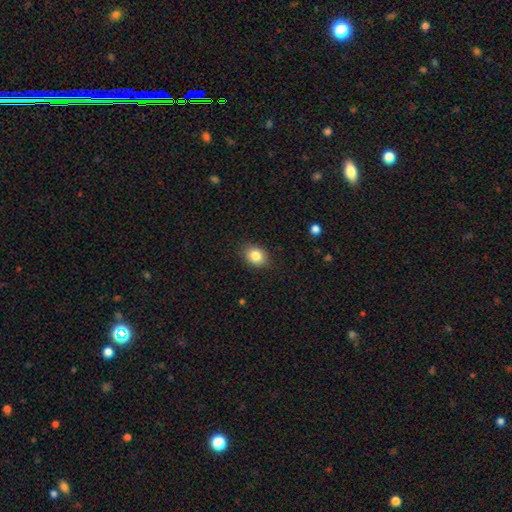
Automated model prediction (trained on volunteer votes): A smooth galaxy with no disk features (84%) that is in between round and cigar-shaped (60%).

Vote fractions:
- Smooth or featured? smooth: 84% / star or artifact: 9% / featured or disk: 7%
- How rounded? in between: 60% / round: 40% / cigar-shaped: 1%
- Merging? none: 87% / minor disturbance: 10% / major disturbance: 2% / merger: 1%